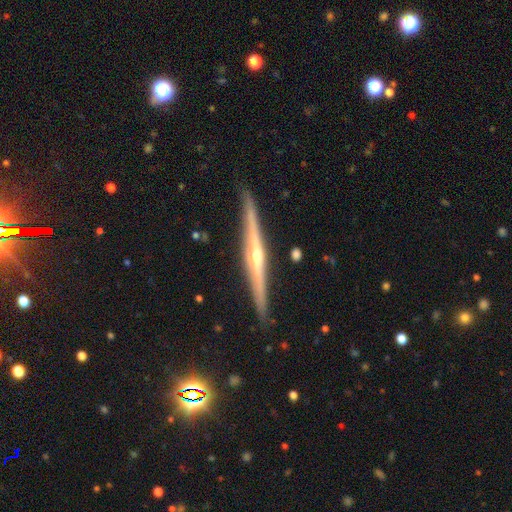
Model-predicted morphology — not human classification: A featured or disk galaxy (83%) viewed edge-on (98%) with a rounded central bulge (83%). Merging: none (90%).